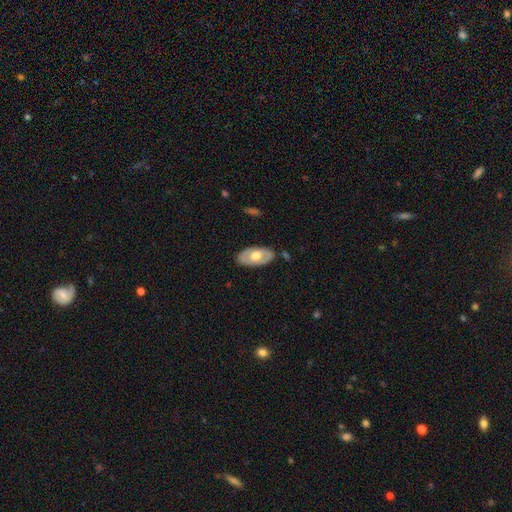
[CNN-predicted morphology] A featured or disk galaxy (50%). Merging: none (82%).